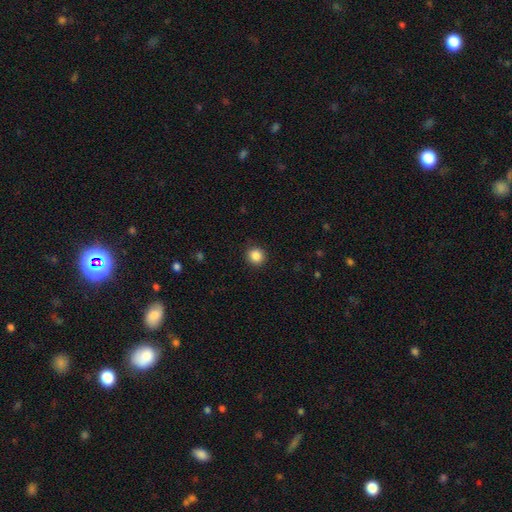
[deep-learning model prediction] A smooth galaxy with no disk features (87%) that is round (91%). Merging: none (91%).